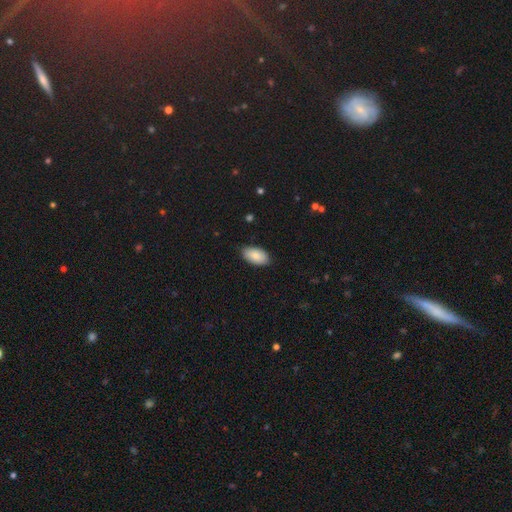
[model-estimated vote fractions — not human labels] Smooth or featured?
  - smooth: 87% *
  - featured or disk: 7%
  - star or artifact: 6%
How rounded?
  - in between: 95% *
  - round: 3%
  - cigar-shaped: 2%
Merging?
  - none: 85% *
  - minor disturbance: 12%
  - major disturbance: 2%
  - merger: 1%